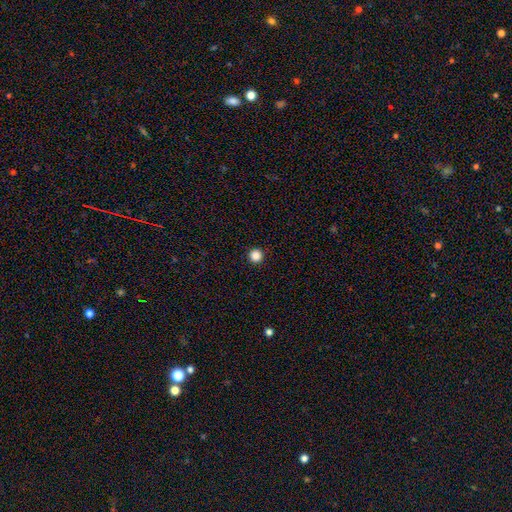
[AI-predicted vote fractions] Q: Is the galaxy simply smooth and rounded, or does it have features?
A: smooth — 86%.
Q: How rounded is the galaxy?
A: round — 96%.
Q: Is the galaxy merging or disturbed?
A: none — 94%.